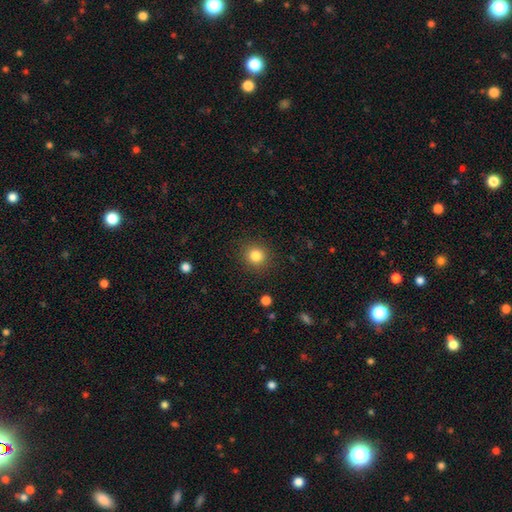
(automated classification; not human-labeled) smooth-or-featured: smooth: 83% | star or artifact: 11% | featured or disk: 5%
  how-rounded: round: 90% | in between: 9% | cigar-shaped: 1%
  merging: none: 90% | minor disturbance: 7% | major disturbance: 3% | merger: 1%